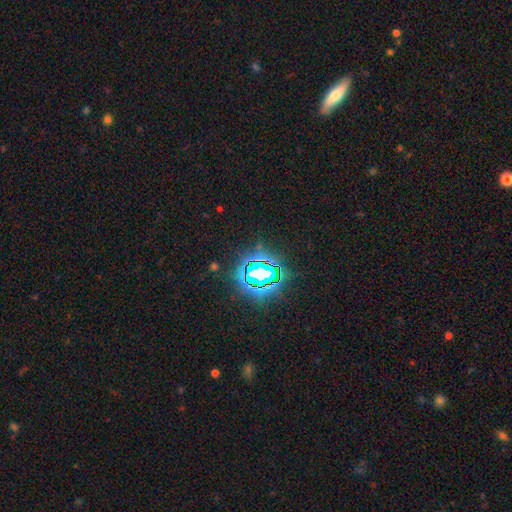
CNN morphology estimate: star or artifact 81%, smooth 11%, featured or disk 8%.